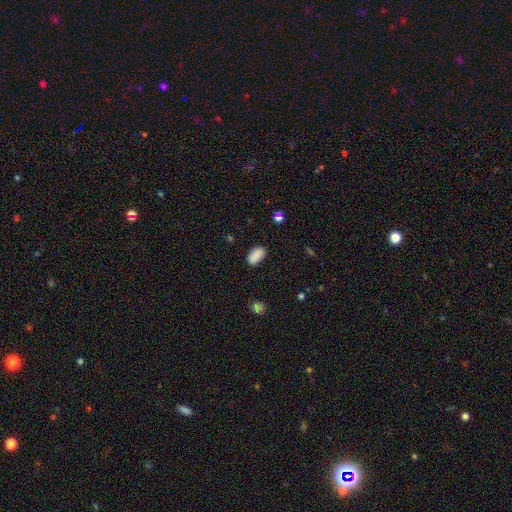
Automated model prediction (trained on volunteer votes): Smooth or featured?
  - smooth: 88% *
  - star or artifact: 8%
  - featured or disk: 4%
How rounded?
  - in between: 93% *
  - round: 4%
  - cigar-shaped: 2%
Merging?
  - none: 84% *
  - minor disturbance: 12%
  - major disturbance: 3%
  - merger: 2%